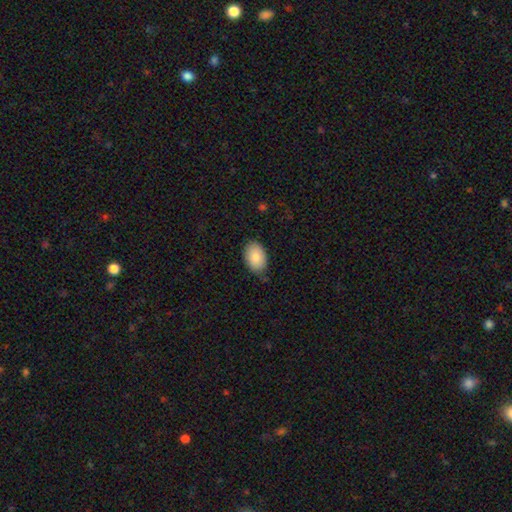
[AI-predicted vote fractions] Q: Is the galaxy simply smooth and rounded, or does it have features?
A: smooth — 85%.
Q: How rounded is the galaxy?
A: in between — 88%.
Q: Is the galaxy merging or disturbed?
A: none — 78%.